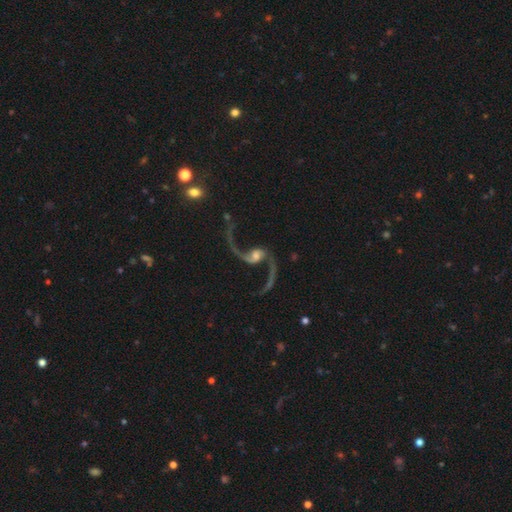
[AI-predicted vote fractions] Smooth or featured?
  - featured or disk: 92% *
  - star or artifact: 5%
  - smooth: 3%
Edge-on disk?
  - no: 97% *
  - yes: 3%
Bar?
  - no: 45% *
  - weak: 38%
  - strong: 17%
Spiral arms?
  - yes: 98% *
  - no: 2%
Spiral winding?
  - loose: 92% *
  - medium: 6%
  - tight: 2%
Spiral arm count?
  - 2: 94% *
  - 1: 2%
  - can't tell: 1%
  - 3: 1%
  - 4: 1%
  - more than 4: 1%
Bulge size?
  - moderate: 43% *
  - small: 26%
  - large: 17%
  - none: 10%
  - dominant: 4%
Merging?
  - none: 68% *
  - major disturbance: 14%
  - minor disturbance: 13%
  - merger: 5%